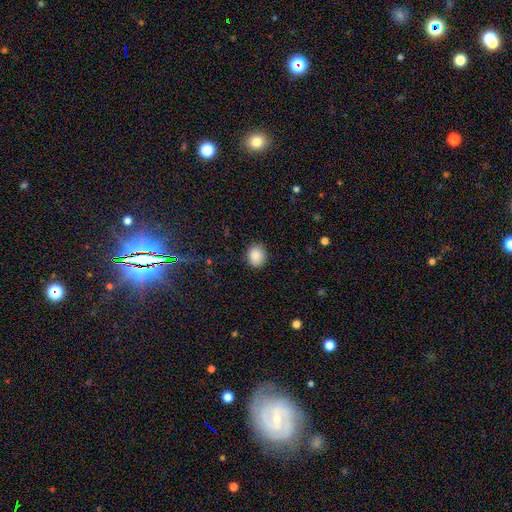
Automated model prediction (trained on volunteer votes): Smooth or featured: smooth — 89% (star or artifact — 8%)
How rounded: round — 62% (in between — 37%)
Merging: none — 89% (minor disturbance — 8%)